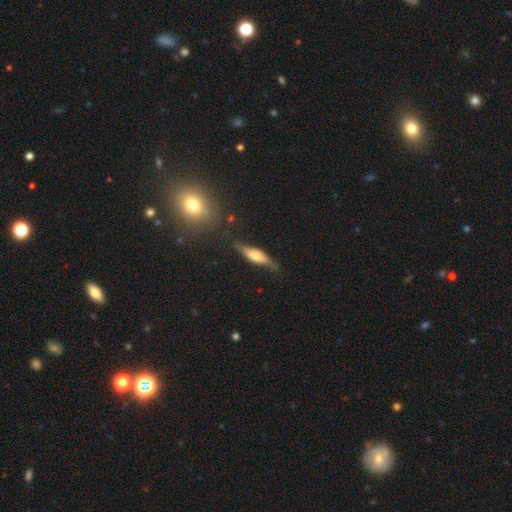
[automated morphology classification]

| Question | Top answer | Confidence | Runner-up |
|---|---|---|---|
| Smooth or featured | featured or disk | 57% | smooth (37%) |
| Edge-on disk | yes | 87% | no (13%) |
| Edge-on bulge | rounded | 84% | boxy (12%) |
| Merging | none | 74% | minor disturbance (19%) |